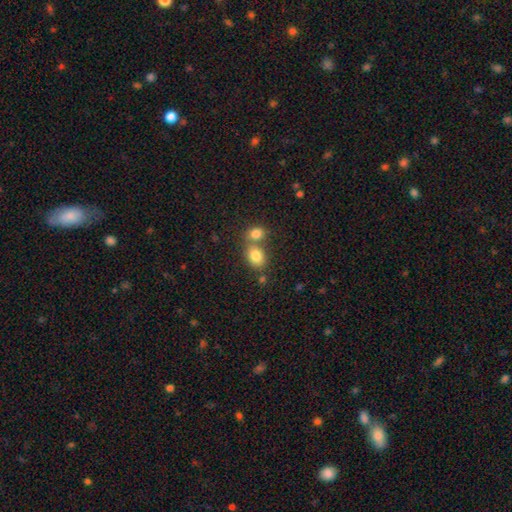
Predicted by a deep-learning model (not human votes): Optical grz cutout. It shows a smooth galaxy with no disk features (81%) that is in between round and cigar-shaped (64%). Merging: none (45%).